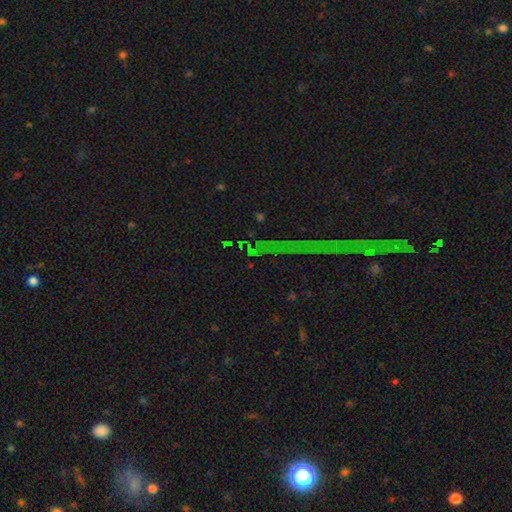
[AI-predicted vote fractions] Q: Smooth or featured?
A: star or artifact (81%); runner-up: featured or disk (10%)